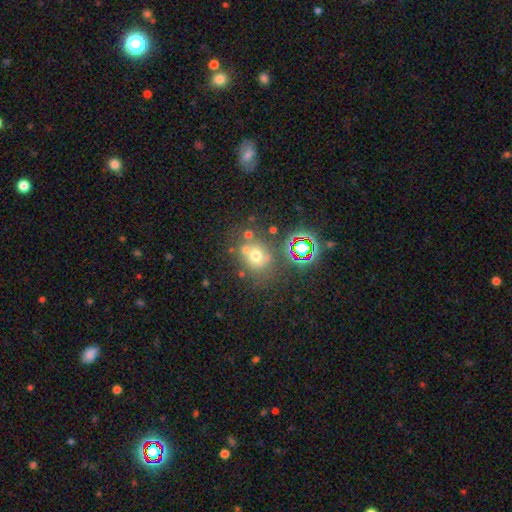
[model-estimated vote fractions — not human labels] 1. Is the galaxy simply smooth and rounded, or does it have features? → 58% smooth, 26% star or artifact, 16% featured or disk.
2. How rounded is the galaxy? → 73% round, 26% in between, 1% cigar-shaped.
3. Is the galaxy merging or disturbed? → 60% none, 18% merger, 15% minor disturbance, 7% major disturbance.